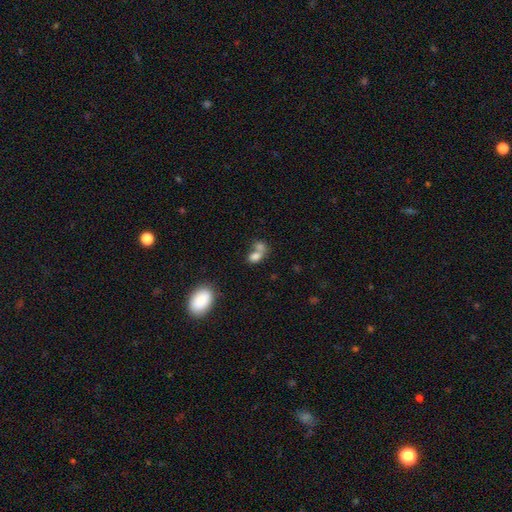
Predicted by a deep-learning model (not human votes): This is likely a smooth galaxy (78%). How rounded: likely in between (72%). Merging: likely merger (62%).